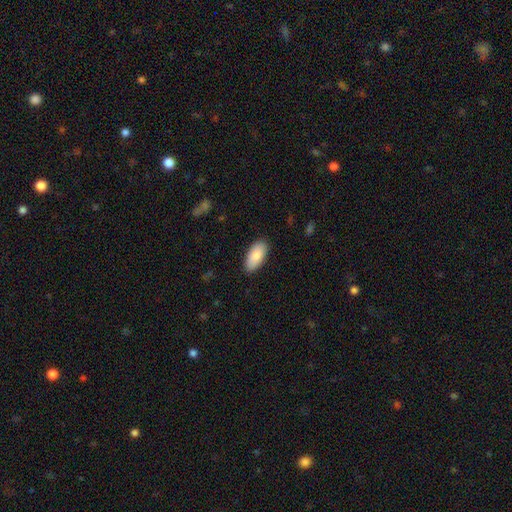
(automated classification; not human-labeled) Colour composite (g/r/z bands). It shows a smooth galaxy with no disk features (87%) that is in between round and cigar-shaped (93%). Merging: none (87%).